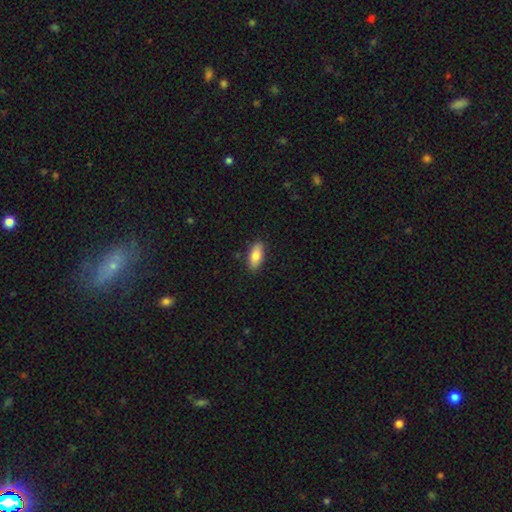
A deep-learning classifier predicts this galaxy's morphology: This is clearly a smooth galaxy (83%). How rounded: clearly in between (85%). Merging: clearly none (87%).